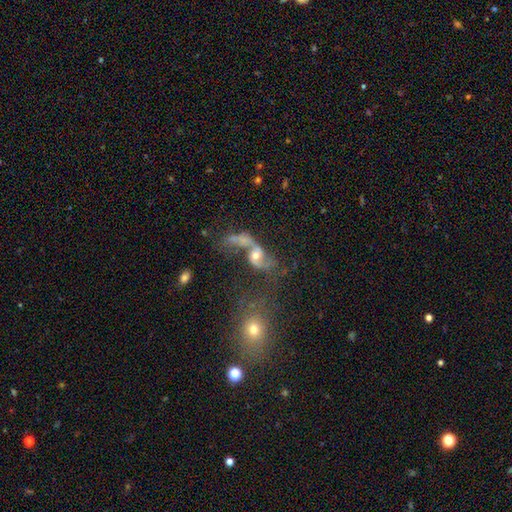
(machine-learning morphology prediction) Q: Smooth or featured?
A: featured or disk (71%); runner-up: smooth (18%)
Q: Edge-on disk?
A: no (95%); runner-up: yes (5%)
Q: Bar?
A: no (60%); runner-up: weak (30%)
Q: Spiral arms?
A: yes (81%); runner-up: no (19%)
Q: Spiral winding?
A: loose (78%); runner-up: medium (17%)
Q: Spiral arm count?
A: 2 (82%); runner-up: 1 (10%)
Q: Bulge size?
A: moderate (57%); runner-up: small (29%)
Q: Merging?
A: merger (43%); runner-up: none (24%)